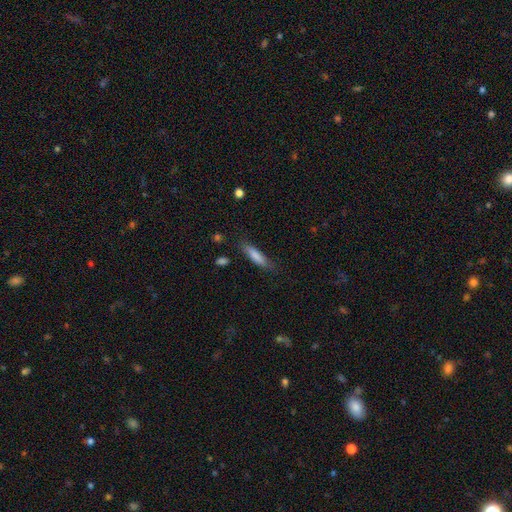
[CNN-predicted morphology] type=smooth (83%); roundness=cigar-shaped (68%); merging=none (77%).